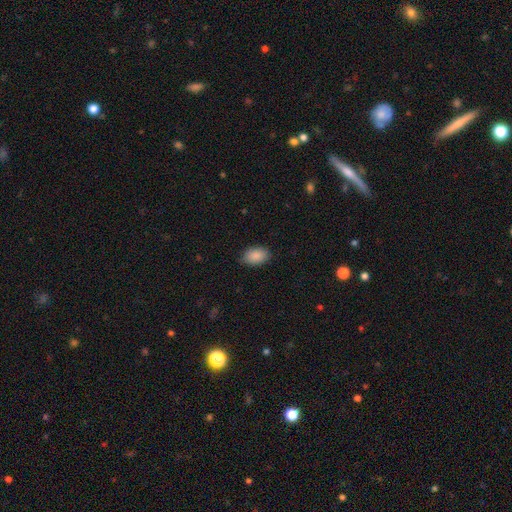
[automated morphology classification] Smooth or featured: smooth — 89% (star or artifact — 7%)
How rounded: in between — 91% (round — 8%)
Merging: none — 86% (minor disturbance — 11%)